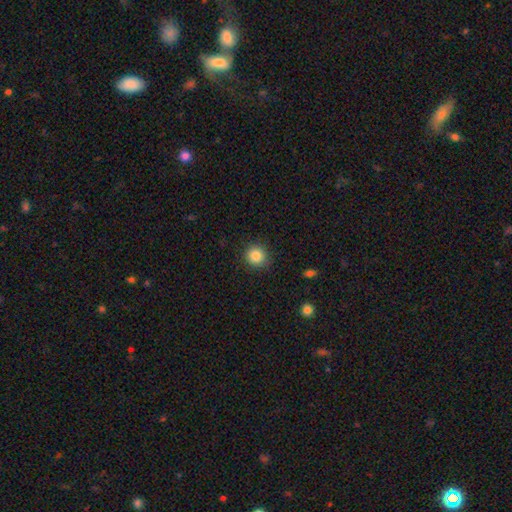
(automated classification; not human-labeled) Overall: smooth (85%). How rounded: round (90%). Merging: none (88%).